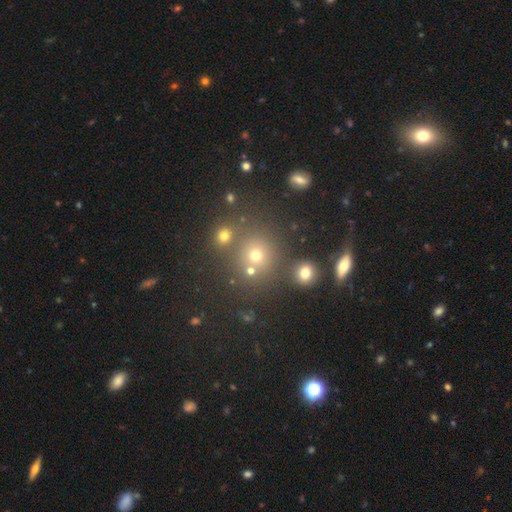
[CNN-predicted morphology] A smooth galaxy with no disk features (64%) that is round (88%). Merging: none (73%).